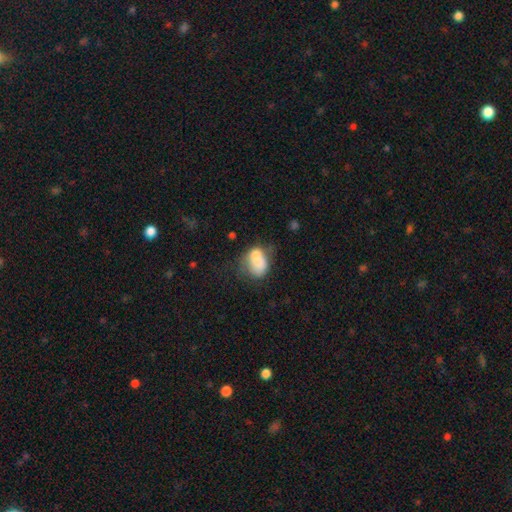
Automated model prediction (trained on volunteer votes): Smooth or featured?
  - smooth: 69% *
  - featured or disk: 21%
  - star or artifact: 9%
How rounded?
  - in between: 69% *
  - round: 29%
  - cigar-shaped: 1%
Merging?
  - merger: 32% *
  - none: 29%
  - minor disturbance: 22%
  - major disturbance: 18%